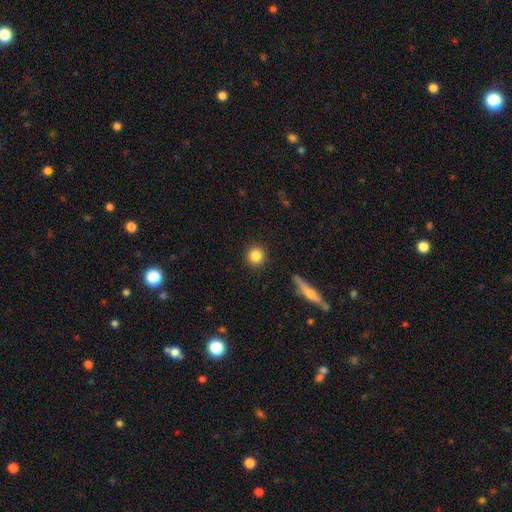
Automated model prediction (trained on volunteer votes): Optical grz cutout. It shows a smooth galaxy with no disk features (85%) that is round (93%). Merging: none (91%).